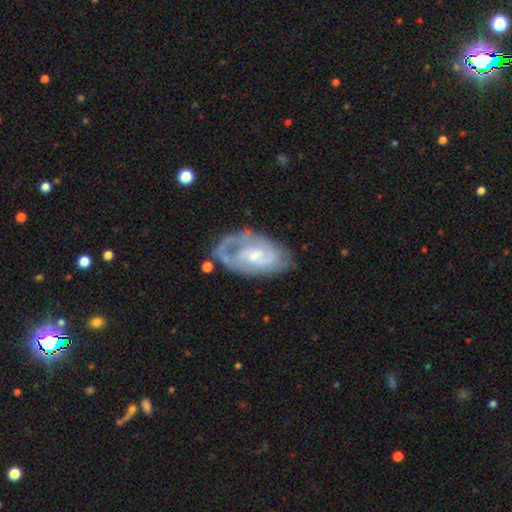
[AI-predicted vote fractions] Morphology: type=featured or disk (73%); edge-on=no (95%); bar=no (53%); spiral arms=yes (80%); winding=tight (45%); arm count=2 (35%); bulge=small (49%); merging=none (53%).